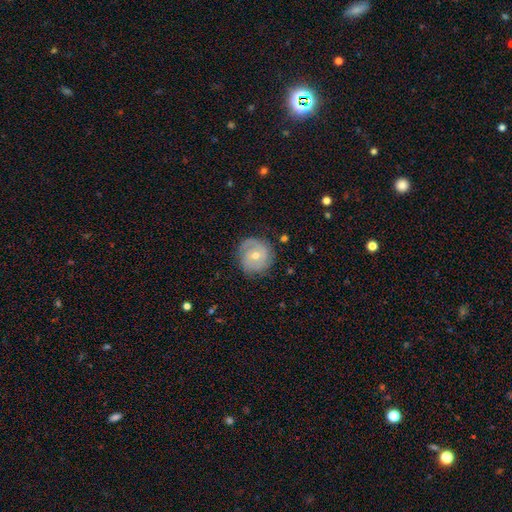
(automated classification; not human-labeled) The model was most divided on "bulge size": moderate: 58%, small: 38%, large: 2%, none: 1%, dominant: 1%. Remaining: edge-on disk — no (97%); spiral arms — yes (84%); merging — none (76%); bar — no (68%); smooth or featured — featured or disk (64%); spiral winding — tight (57%); spiral arm count — 2 (47%).